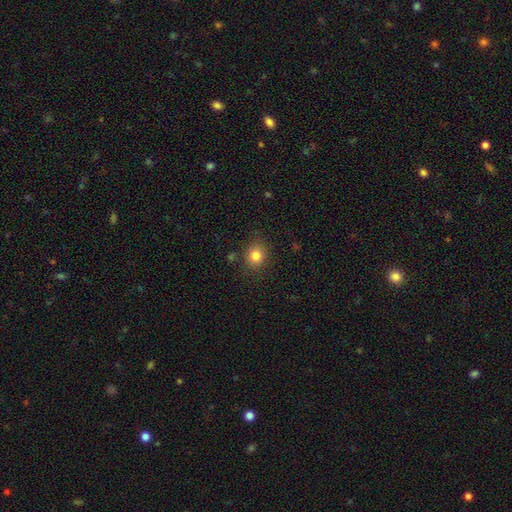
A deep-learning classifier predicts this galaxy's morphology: This is clearly a smooth galaxy (82%). How rounded: likely round (74%). Merging: clearly none (84%).